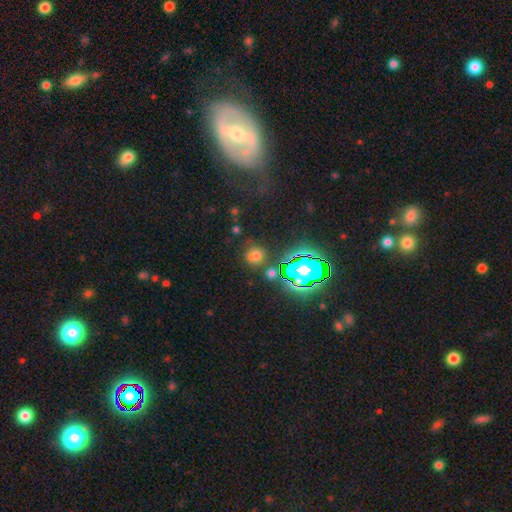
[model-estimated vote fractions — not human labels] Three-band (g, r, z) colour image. It shows a smooth galaxy with no disk features (52%) that is round (83%). Merging: none (73%).